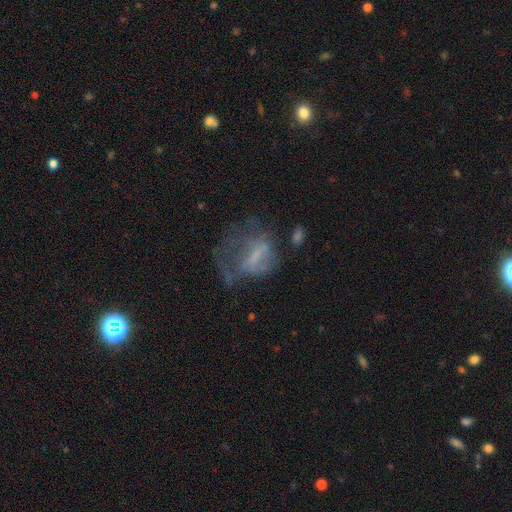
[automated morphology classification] type=featured or disk (49%); merging=major disturbance (45%).